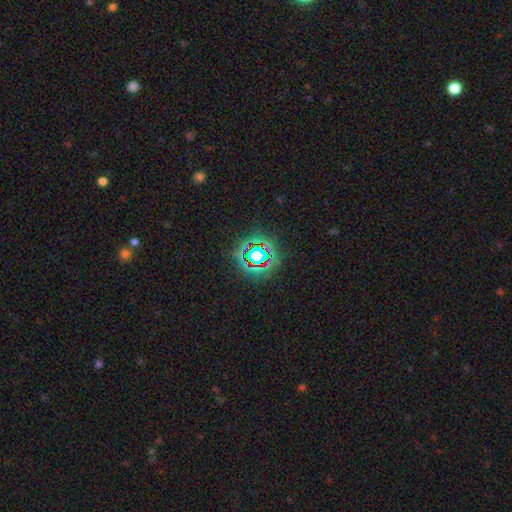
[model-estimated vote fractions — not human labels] Smooth or featured? Predicted: star or artifact (p=0.69).